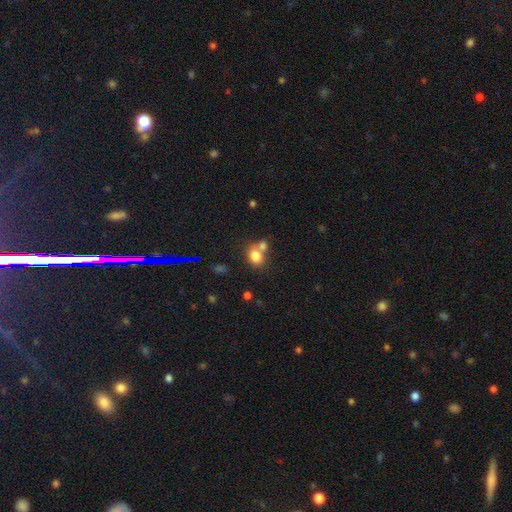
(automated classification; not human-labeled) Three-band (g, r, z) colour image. It shows a smooth galaxy with no disk features (78%) that is in between round and cigar-shaped (59%). Merging: merger (49%).